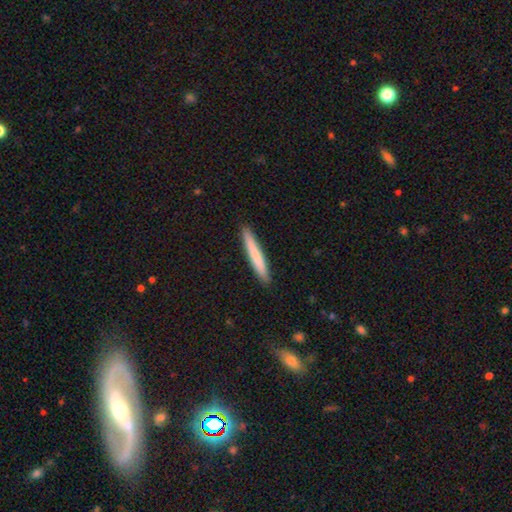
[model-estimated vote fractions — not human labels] smooth-or-featured: smooth: 76% | featured or disk: 18% | star or artifact: 5%
  how-rounded: cigar-shaped: 96% | in between: 3% | round: 1%
  merging: none: 91% | minor disturbance: 7% | major disturbance: 1% | merger: 1%